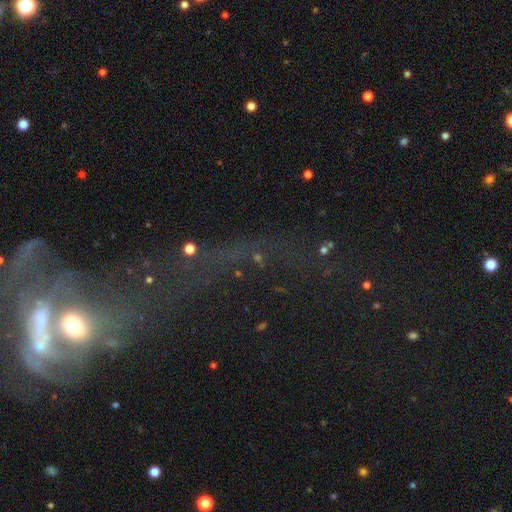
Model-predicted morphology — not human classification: Smooth or featured? star or artifact (57%)